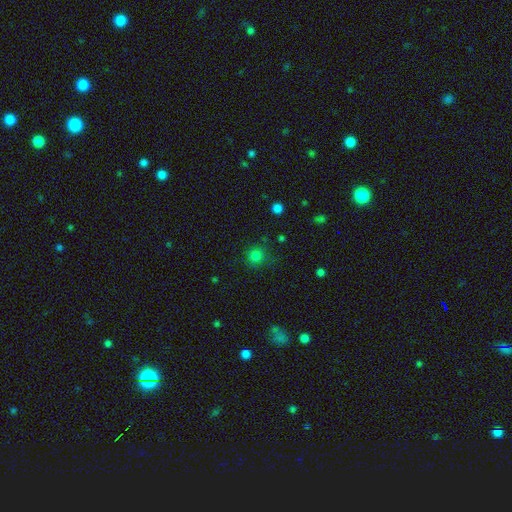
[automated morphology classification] smooth-or-featured: smooth: 80% | star or artifact: 16% | featured or disk: 4%
  how-rounded: round: 92% | in between: 7% | cigar-shaped: 1%
  merging: none: 82% | minor disturbance: 12% | major disturbance: 5% | merger: 2%